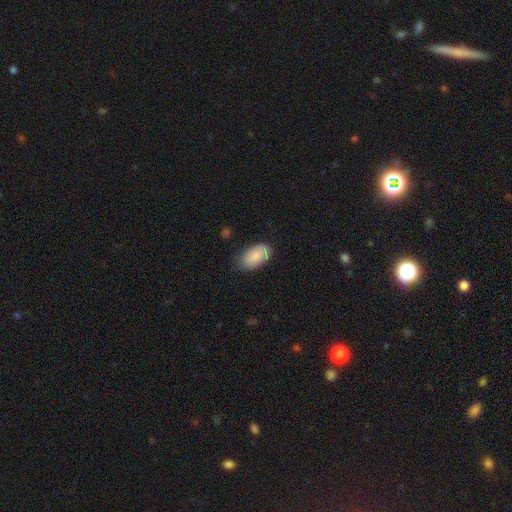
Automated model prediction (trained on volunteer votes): Smooth or featured: smooth — 82% (featured or disk — 12%)
How rounded: in between — 94% (round — 4%)
Merging: none — 67% (minor disturbance — 25%)